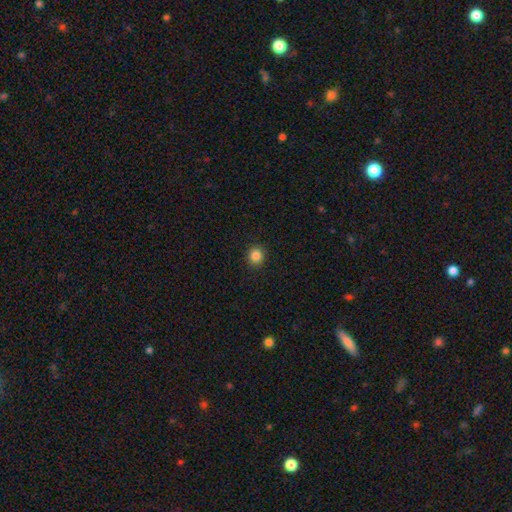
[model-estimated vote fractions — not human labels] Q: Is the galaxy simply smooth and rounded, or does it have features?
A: smooth — 85%.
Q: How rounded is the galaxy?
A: round — 87%.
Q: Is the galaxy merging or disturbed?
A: none — 92%.